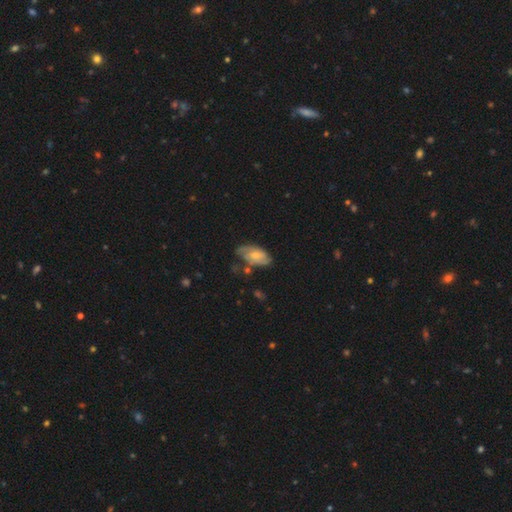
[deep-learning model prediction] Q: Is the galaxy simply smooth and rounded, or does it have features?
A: featured or disk — 60%.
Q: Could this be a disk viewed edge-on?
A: no — 94%.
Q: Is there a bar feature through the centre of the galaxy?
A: no — 58%.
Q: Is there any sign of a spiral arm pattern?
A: yes — 84%.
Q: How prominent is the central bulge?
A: small — 47%.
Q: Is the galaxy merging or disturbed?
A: none — 57%.